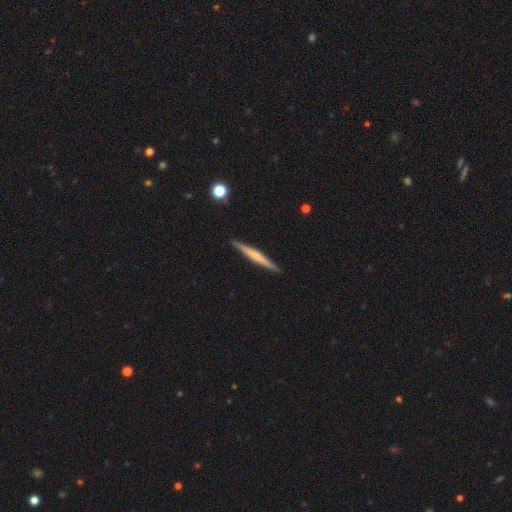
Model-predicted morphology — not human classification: featured or disk 51%, smooth 44%, star or artifact 5%. Down the decision tree: edge-on disk — yes (97%); merging — none (91%).